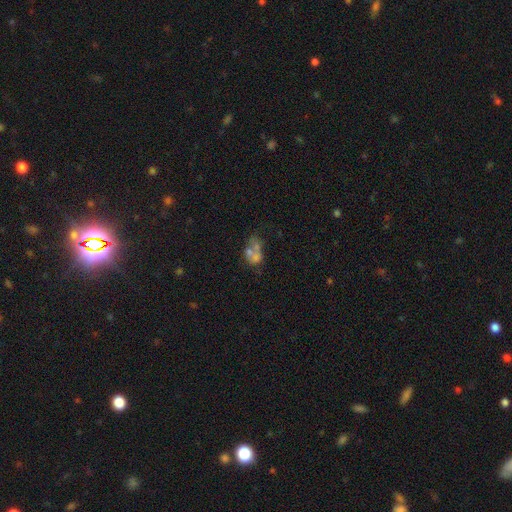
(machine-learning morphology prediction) A featured or disk galaxy (41%).

Vote fractions:
- Smooth or featured? featured or disk: 41% / smooth: 36% / star or artifact: 23%
- Merging? merger: 44% / none: 30% / major disturbance: 15% / minor disturbance: 11%